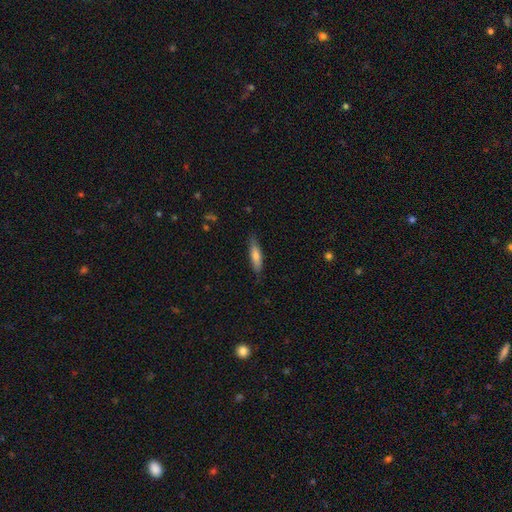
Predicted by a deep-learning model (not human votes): Smooth or featured? Predicted: smooth (p=0.67). How rounded? Predicted: cigar-shaped (p=0.77). Merging? Predicted: none (p=0.83).